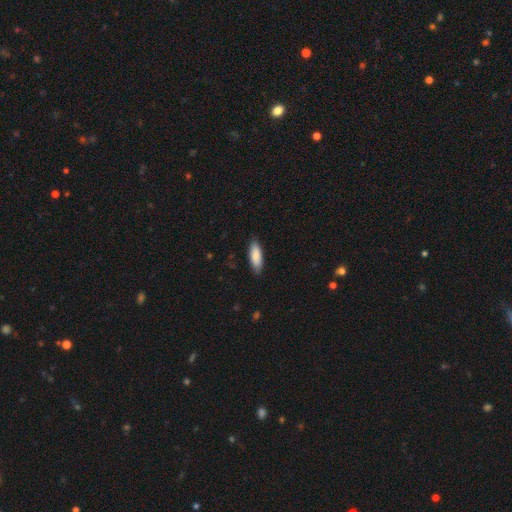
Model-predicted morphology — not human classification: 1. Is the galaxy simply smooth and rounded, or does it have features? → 87% smooth, 8% featured or disk, 6% star or artifact.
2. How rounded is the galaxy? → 60% in between, 38% cigar-shaped, 2% round.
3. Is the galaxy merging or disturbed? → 86% none, 11% minor disturbance, 2% major disturbance, 1% merger.